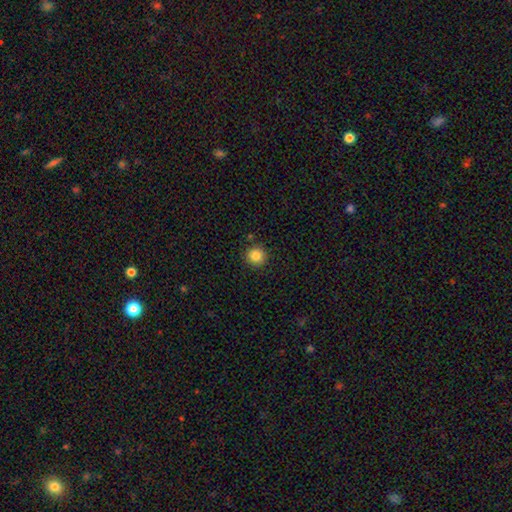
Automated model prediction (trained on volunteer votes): smooth 85%, star or artifact 10%, featured or disk 5%. Down the decision tree: how rounded — round (93%); merging — none (88%).